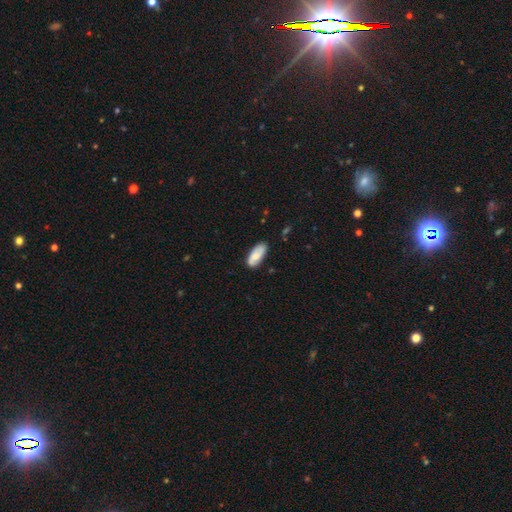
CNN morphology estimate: Smooth or featured: smooth — 70% (featured or disk — 23%)
How rounded: in between — 87% (cigar-shaped — 11%)
Merging: none — 78% (minor disturbance — 17%)